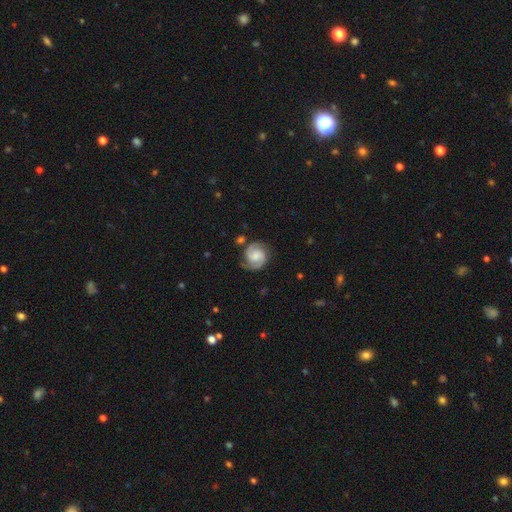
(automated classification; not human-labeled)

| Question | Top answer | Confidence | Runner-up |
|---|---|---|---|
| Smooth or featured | featured or disk | 82% | smooth (12%) |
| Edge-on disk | no | 98% | yes (2%) |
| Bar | no | 53% | weak (39%) |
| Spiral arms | yes | 97% | no (3%) |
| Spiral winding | tight | 45% | medium (44%) |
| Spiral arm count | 2 | 90% | can't tell (4%) |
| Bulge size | moderate | 35% | small (34%) |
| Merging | none | 77% | minor disturbance (15%) |